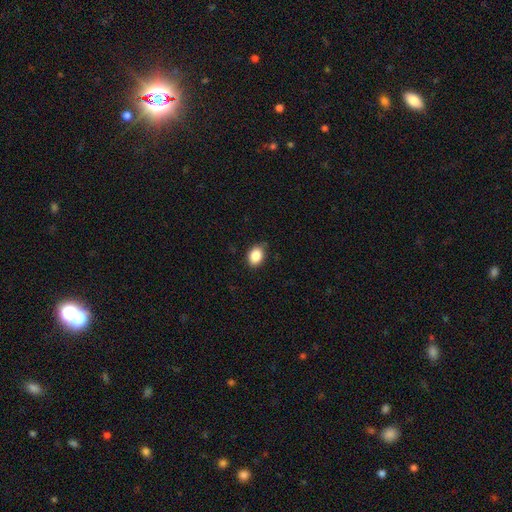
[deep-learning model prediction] This appears to be a smooth galaxy with no disk features (87%) that is in between round and cigar-shaped (71%). Merging: none (78%).